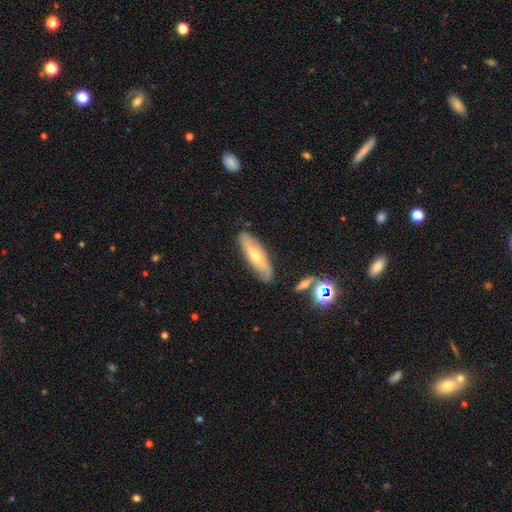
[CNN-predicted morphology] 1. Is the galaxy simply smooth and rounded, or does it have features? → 57% featured or disk, 36% smooth, 7% star or artifact.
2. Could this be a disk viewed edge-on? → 63% no, 37% yes.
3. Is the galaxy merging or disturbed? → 79% none, 15% minor disturbance, 3% major disturbance, 2% merger.